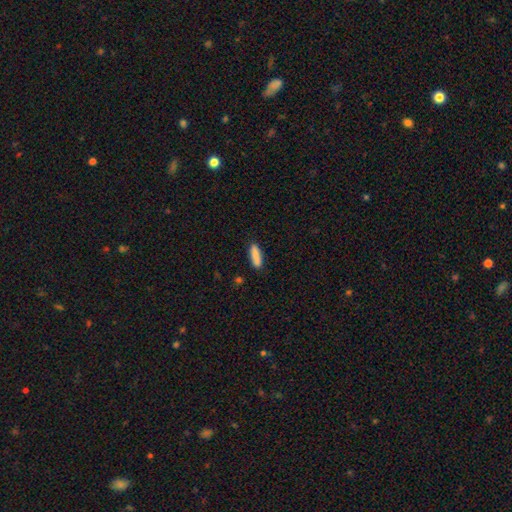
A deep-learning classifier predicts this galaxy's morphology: Smooth or featured: smooth — 88% (star or artifact — 7%)
How rounded: cigar-shaped — 66% (in between — 32%)
Merging: none — 86% (minor disturbance — 10%)